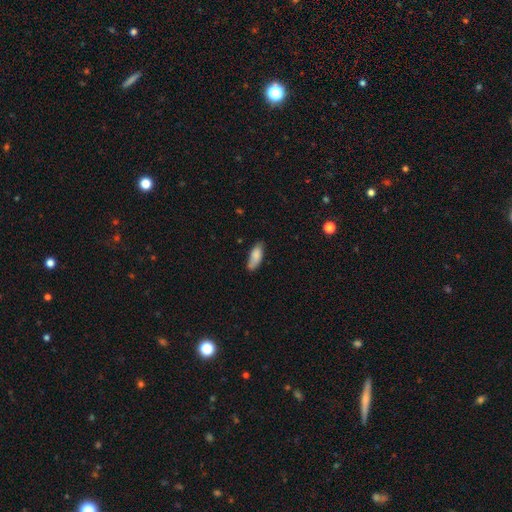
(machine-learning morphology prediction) A smooth galaxy with no disk features (82%) that is in between round and cigar-shaped (76%).

Vote fractions:
- Smooth or featured? smooth: 82% / featured or disk: 11% / star or artifact: 7%
- How rounded? in between: 76% / cigar-shaped: 22% / round: 2%
- Merging? none: 66% / minor disturbance: 26% / major disturbance: 5% / merger: 3%